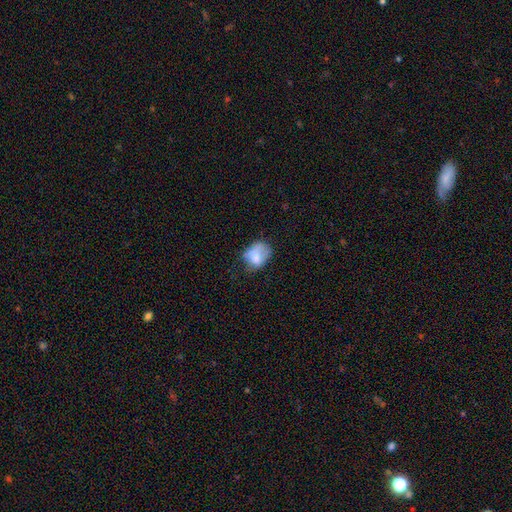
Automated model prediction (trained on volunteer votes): This is likely a smooth galaxy (72%). How rounded: likely in between (64%). Merging: marginally none (38%).